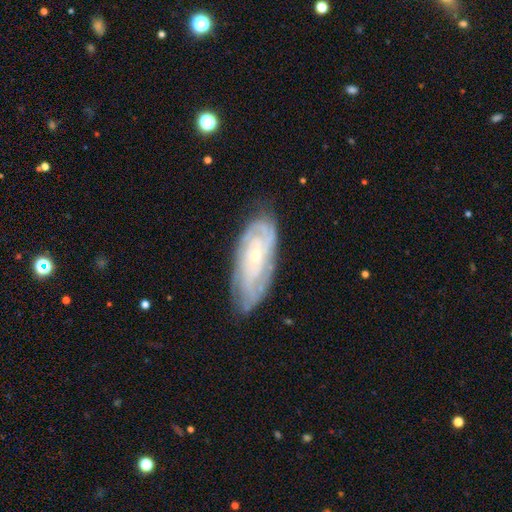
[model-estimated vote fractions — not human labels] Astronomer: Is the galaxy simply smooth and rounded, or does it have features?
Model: featured or disk — 77%.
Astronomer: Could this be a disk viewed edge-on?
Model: no — 89%.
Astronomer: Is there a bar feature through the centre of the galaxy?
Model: no — 72%.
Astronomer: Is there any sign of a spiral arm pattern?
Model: yes — 91%.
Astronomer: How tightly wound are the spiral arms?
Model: tight — 73%.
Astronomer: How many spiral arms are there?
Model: can't tell — 51%.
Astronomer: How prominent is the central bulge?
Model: small — 70%.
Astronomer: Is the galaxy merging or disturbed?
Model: none — 74%.